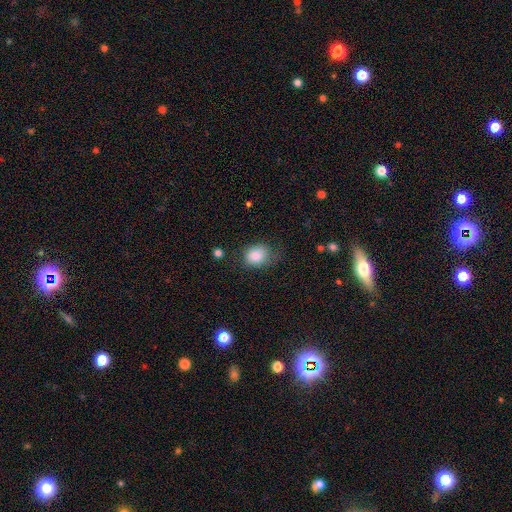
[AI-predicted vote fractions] Smooth or featured? Predicted: smooth (p=0.84). How rounded? Predicted: round (p=0.52). Merging? Predicted: none (p=0.60).